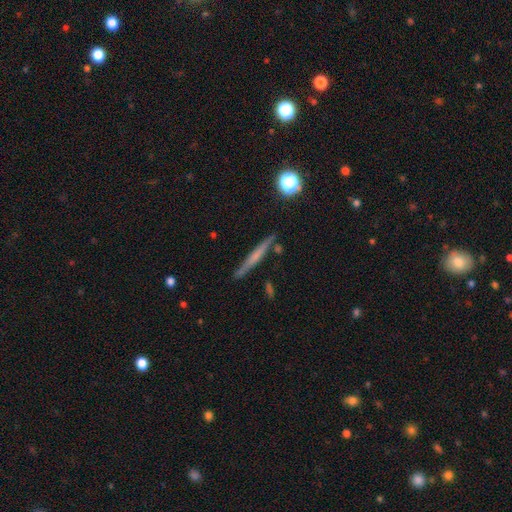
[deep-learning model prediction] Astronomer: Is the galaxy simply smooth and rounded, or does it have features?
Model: featured or disk — 51% (runner-up: smooth, 41%).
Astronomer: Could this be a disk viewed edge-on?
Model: yes — 96%.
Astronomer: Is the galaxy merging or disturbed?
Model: none — 87%.